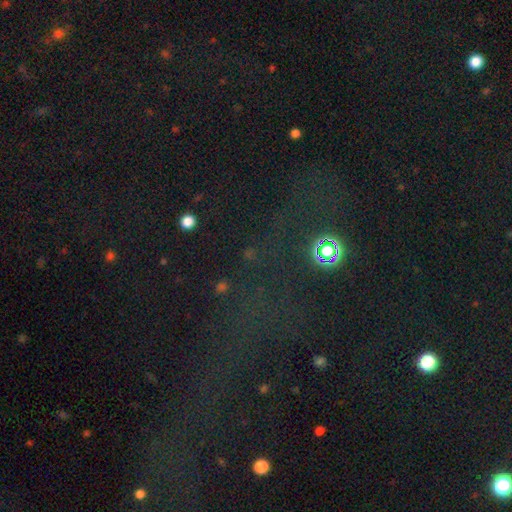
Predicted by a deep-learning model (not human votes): Smooth or featured? star or artifact (67%)